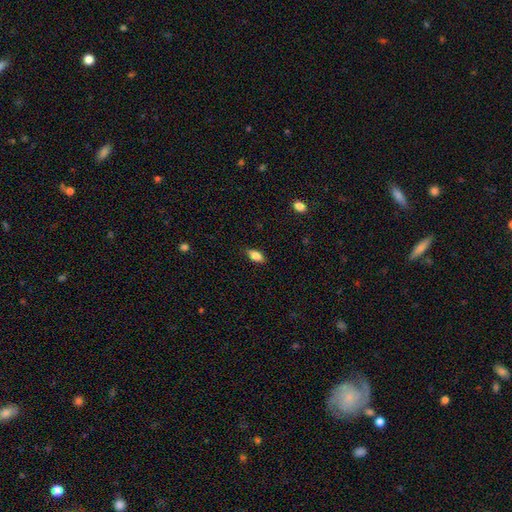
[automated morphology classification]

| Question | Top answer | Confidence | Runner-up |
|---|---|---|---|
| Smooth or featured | smooth | 85% | star or artifact (8%) |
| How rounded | in between | 89% | cigar-shaped (7%) |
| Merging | none | 85% | minor disturbance (11%) |